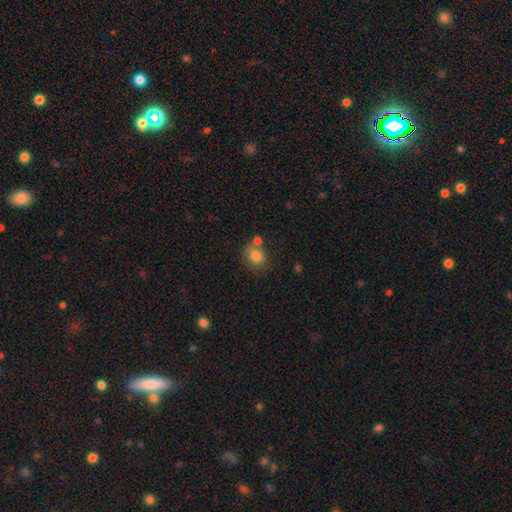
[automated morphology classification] The model was most divided on "merging": none: 60%, merger: 20%, minor disturbance: 15%, major disturbance: 5%. More confident: smooth or featured — smooth (80%); how rounded — round (70%).